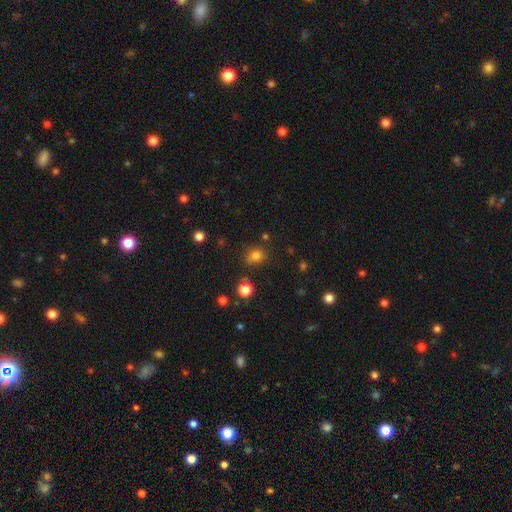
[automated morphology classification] smooth_or_featured: smooth (p=0.79) [alt: star or artifact p=0.15]
how_rounded: round (p=0.72) [alt: in between p=0.27]
merging: none (p=0.78) [alt: minor disturbance p=0.14]